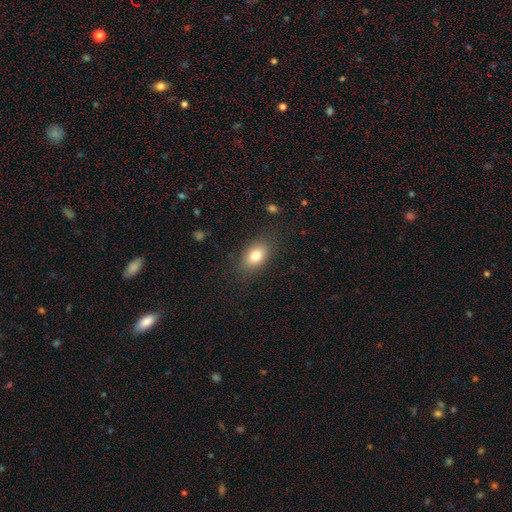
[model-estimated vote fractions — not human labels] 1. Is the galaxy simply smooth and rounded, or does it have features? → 81% smooth, 10% featured or disk, 9% star or artifact.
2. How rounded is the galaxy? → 81% in between, 17% round, 2% cigar-shaped.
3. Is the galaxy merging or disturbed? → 83% none, 12% minor disturbance, 4% major disturbance, 1% merger.